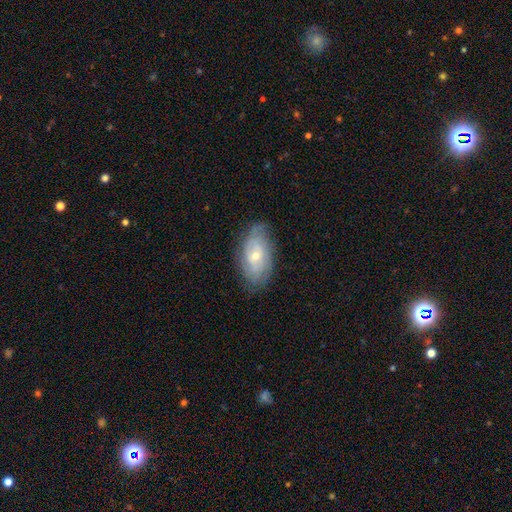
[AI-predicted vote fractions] This appears to be a featured or disk galaxy (65%) with no bar (69%), spiral arms (81%) and a small central bulge (60%). Merging: none (75%).